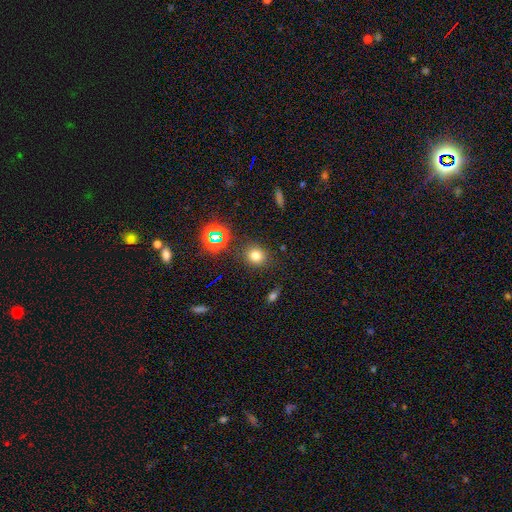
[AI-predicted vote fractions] A smooth galaxy with no disk features (72%) that is round (79%).

Vote fractions:
- Smooth or featured? smooth: 72% / star or artifact: 20% / featured or disk: 8%
- How rounded? round: 79% / in between: 19% / cigar-shaped: 1%
- Merging? none: 85% / minor disturbance: 9% / major disturbance: 3% / merger: 3%